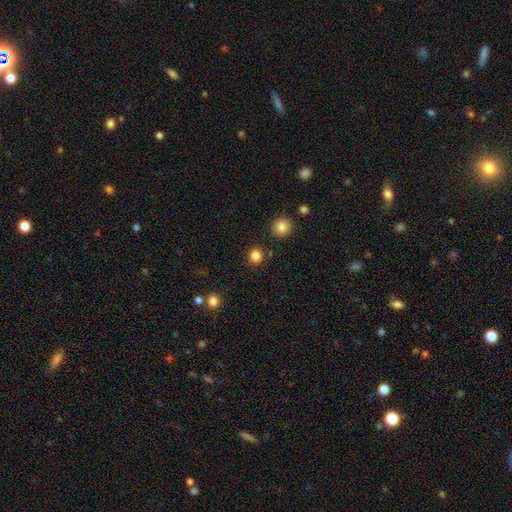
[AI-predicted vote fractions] Smooth or featured? Predicted: smooth (p=0.84). How rounded? Predicted: round (p=0.89). Merging? Predicted: none (p=0.88).